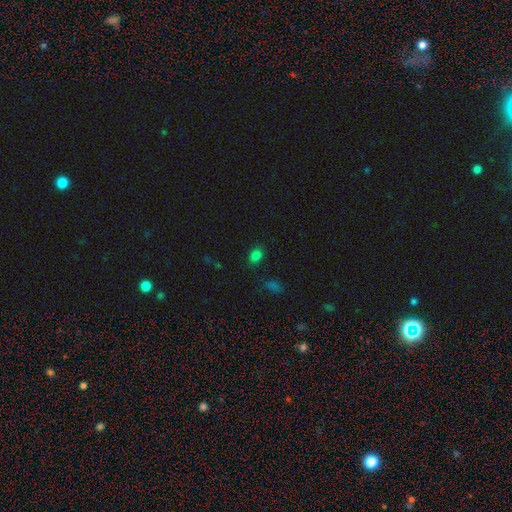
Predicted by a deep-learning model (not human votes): This appears to be a smooth galaxy with no disk features (80%) that is in between round and cigar-shaped (65%). Merging: none (85%).